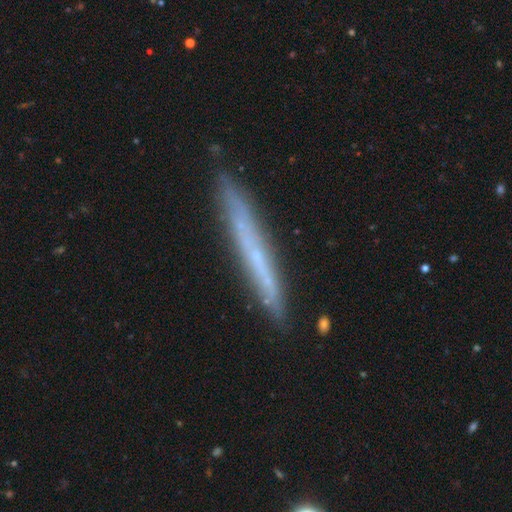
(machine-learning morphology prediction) Smooth or featured?
  - featured or disk: 57% *
  - smooth: 36%
  - star or artifact: 7%
Edge-on disk?
  - yes: 90% *
  - no: 10%
Edge-on bulge?
  - none: 81% *
  - rounded: 16%
  - boxy: 4%
Merging?
  - none: 86% *
  - minor disturbance: 11%
  - major disturbance: 2%
  - merger: 2%